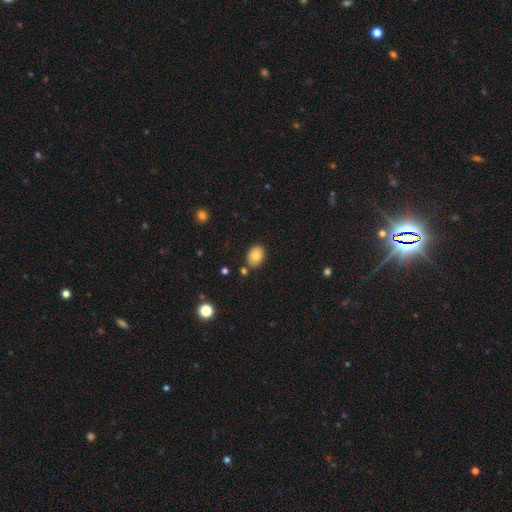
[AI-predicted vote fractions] This is likely a smooth galaxy (79%). How rounded: likely in between (68%). Merging: clearly none (83%).